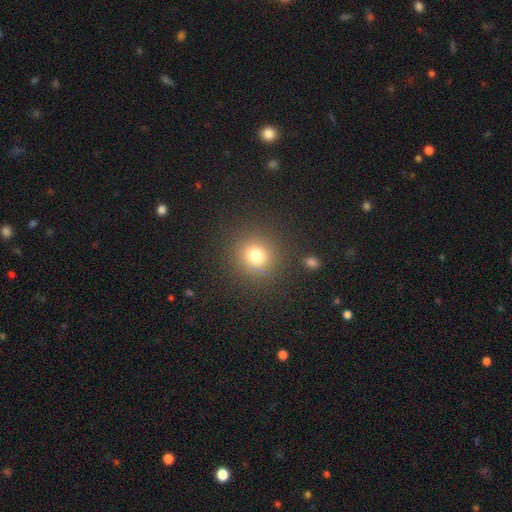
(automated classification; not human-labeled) smooth 76%, star or artifact 16%, featured or disk 8%. Down the decision tree: how rounded — round (90%); merging — none (87%).